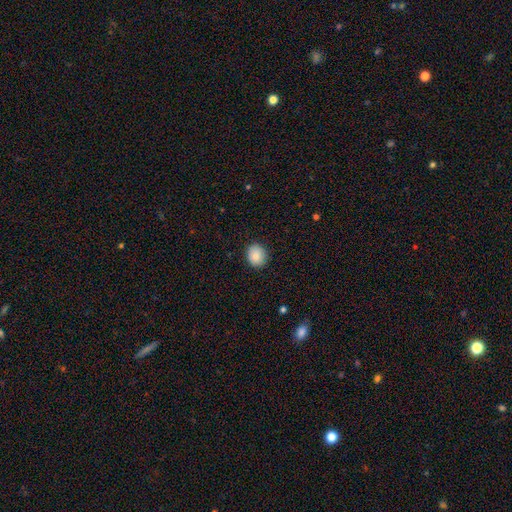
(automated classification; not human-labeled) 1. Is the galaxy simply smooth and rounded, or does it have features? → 86% smooth, 8% star or artifact, 5% featured or disk.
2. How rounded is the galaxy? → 70% round, 30% in between, 1% cigar-shaped.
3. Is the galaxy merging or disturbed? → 89% none, 8% minor disturbance, 2% major disturbance, 1% merger.